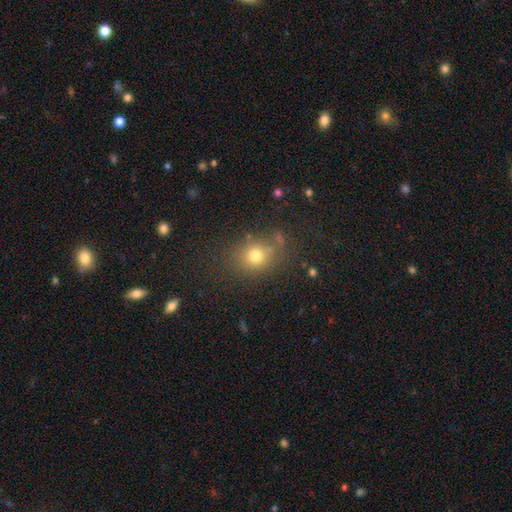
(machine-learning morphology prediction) The model was most divided on "how rounded": round: 62%, in between: 37%, cigar-shaped: 1%. More confident: smooth or featured — smooth (74%); merging — none (73%).